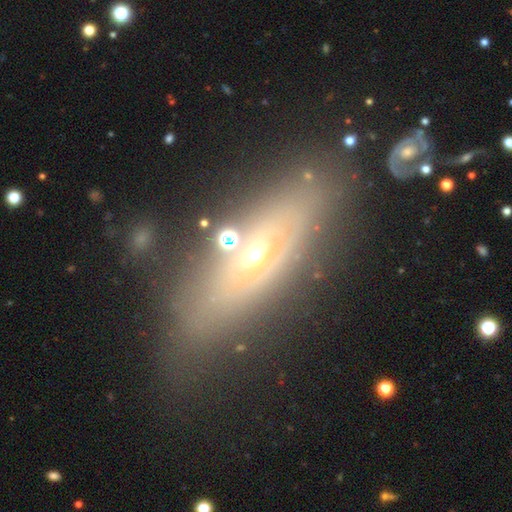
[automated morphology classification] smooth_or_featured: featured or disk (p=0.57) [alt: smooth p=0.30]
disk_edge_on: no (p=0.51) [alt: yes p=0.49]
merging: none (p=0.69) [alt: minor disturbance p=0.17]